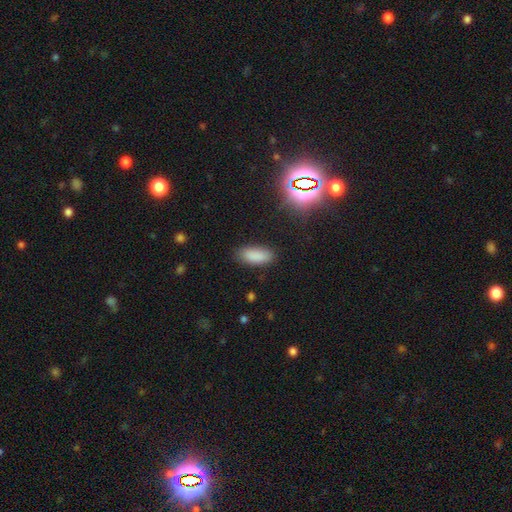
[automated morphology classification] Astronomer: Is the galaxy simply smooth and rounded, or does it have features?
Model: smooth — 86%.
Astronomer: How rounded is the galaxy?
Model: in between — 83%.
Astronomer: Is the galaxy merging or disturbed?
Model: none — 85%.